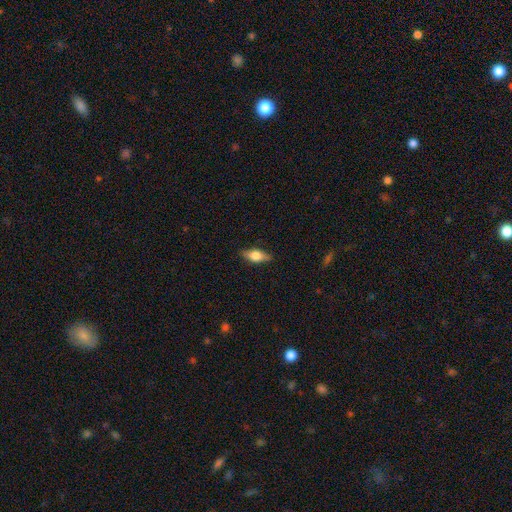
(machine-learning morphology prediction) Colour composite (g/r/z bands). It shows a smooth galaxy with no disk features (60%) that is in between round and cigar-shaped (73%). Merging: none (86%).